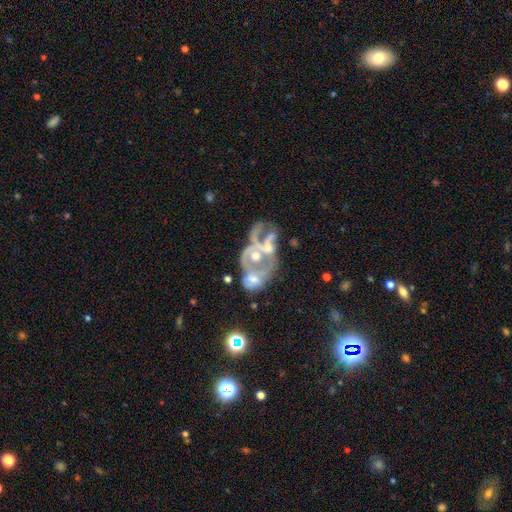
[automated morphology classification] Overall: featured or disk (71%). Edge-on disk: no (97%). Bar: no (82%). Spiral arms: no (59%; yes 41%). Bulge size: moderate (54%; small 19%). Merging: merger (71%).